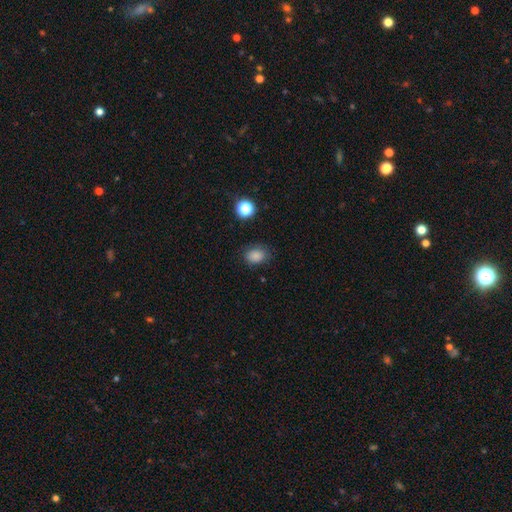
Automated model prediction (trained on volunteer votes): Morphology: type=smooth (84%); roundness=in between (63%); merging=none (79%).